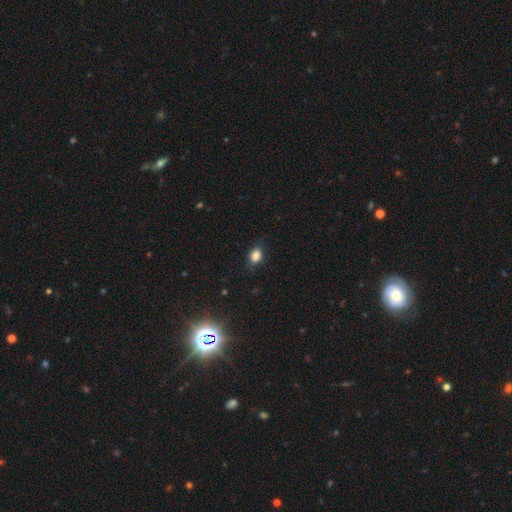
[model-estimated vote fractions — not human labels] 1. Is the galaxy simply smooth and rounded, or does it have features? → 83% smooth, 11% star or artifact, 5% featured or disk.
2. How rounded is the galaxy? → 71% in between, 28% round, 2% cigar-shaped.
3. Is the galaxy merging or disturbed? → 82% none, 14% minor disturbance, 3% major disturbance, 1% merger.